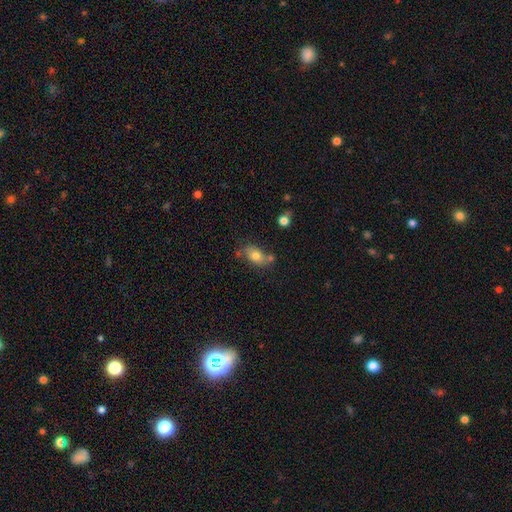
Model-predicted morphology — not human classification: Smooth or featured? smooth (75%)
How rounded? in between (82%)
Merging? none (62%)